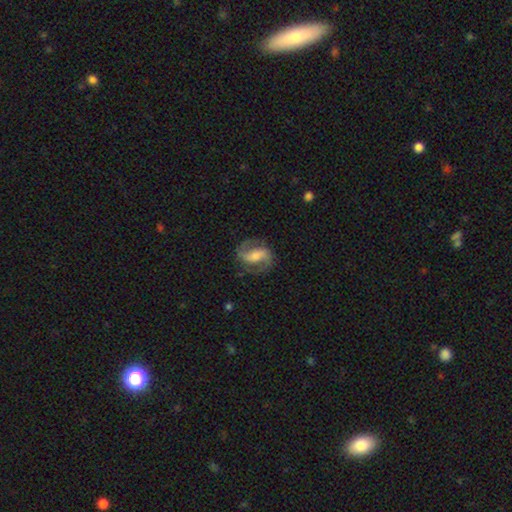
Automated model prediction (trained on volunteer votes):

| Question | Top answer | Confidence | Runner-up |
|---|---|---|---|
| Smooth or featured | featured or disk | 83% | smooth (11%) |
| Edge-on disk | no | 97% | yes (3%) |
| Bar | weak | 39% | tied: strong (39%) |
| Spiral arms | yes | 95% | no (5%) |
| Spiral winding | medium | 52% | loose (29%) |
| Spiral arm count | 2 | 92% | can't tell (3%) |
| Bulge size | moderate | 48% | small (32%) |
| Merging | none | 80% | minor disturbance (13%) |